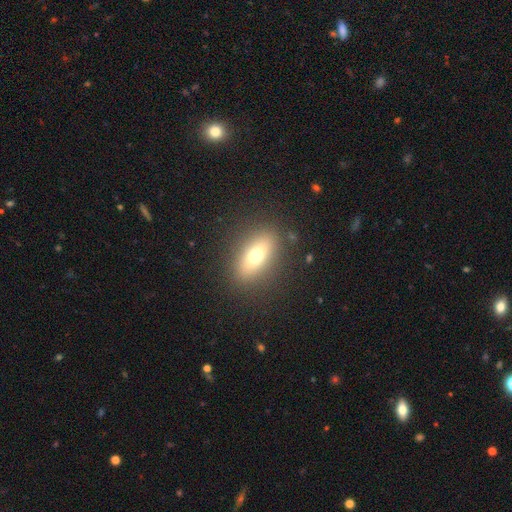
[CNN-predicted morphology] Smooth or featured? smooth (65%)
How rounded? in between (73%)
Merging? none (87%)